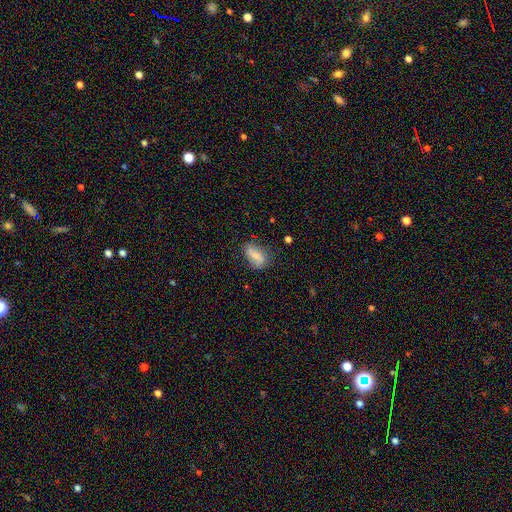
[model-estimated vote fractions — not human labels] A smooth galaxy with no disk features (67%) that is in between round and cigar-shaped (85%). Merging: none (63%).